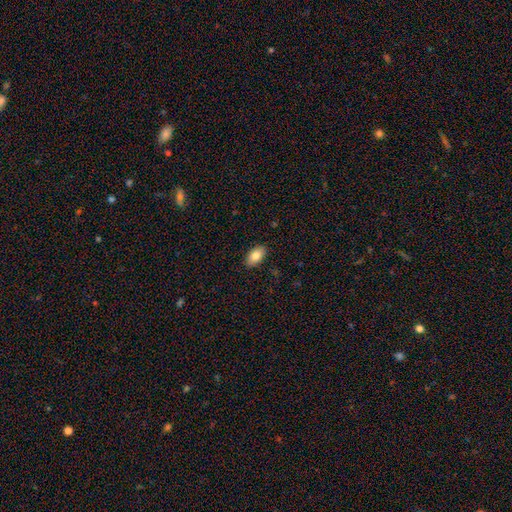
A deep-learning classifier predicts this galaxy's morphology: A smooth galaxy with no disk features (82%) that is in between round and cigar-shaped (94%).

Vote fractions:
- Smooth or featured? smooth: 82% / featured or disk: 11% / star or artifact: 7%
- How rounded? in between: 94% / round: 4% / cigar-shaped: 3%
- Merging? none: 89% / minor disturbance: 8% / major disturbance: 2% / merger: 1%